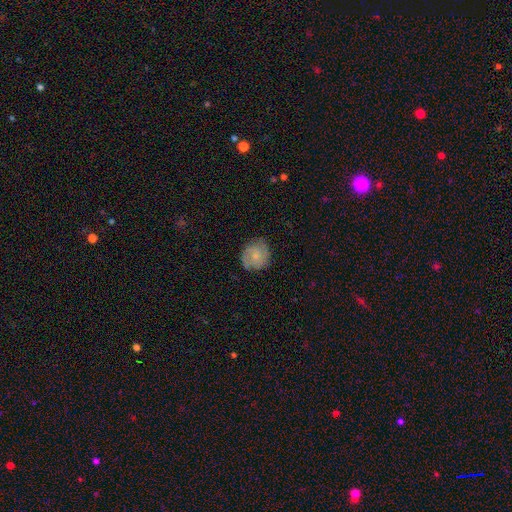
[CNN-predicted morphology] A smooth galaxy with no disk features (55%) that is round (82%). Merging: none (73%).